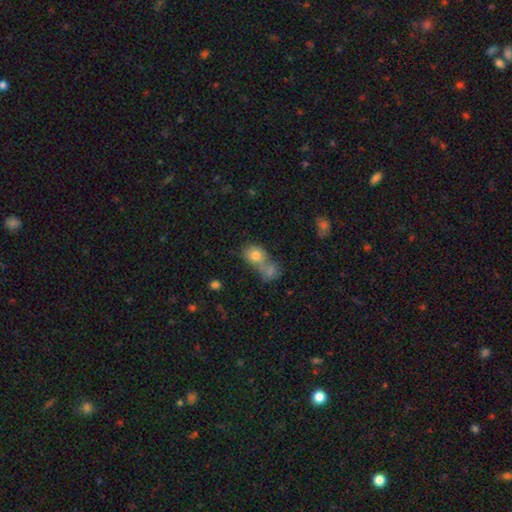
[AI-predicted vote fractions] smooth-or-featured: smooth: 78% | featured or disk: 12% | star or artifact: 10%
  how-rounded: round: 58% | in between: 40% | cigar-shaped: 1%
  merging: merger: 56% | none: 31% | minor disturbance: 9% | major disturbance: 4%